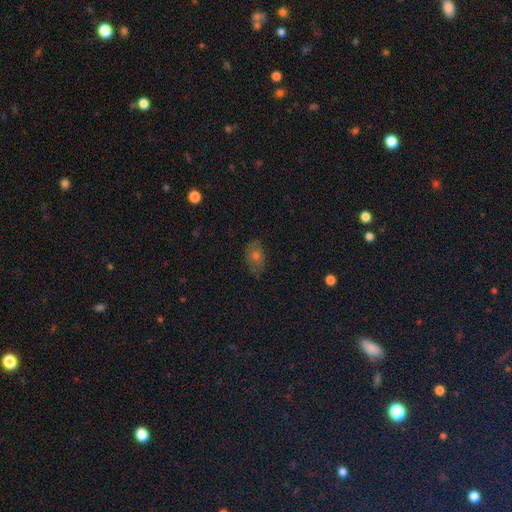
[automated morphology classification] smooth 55%, featured or disk 26%, star or artifact 19%. Down the decision tree: how rounded — in between (77%); merging — none (77%).